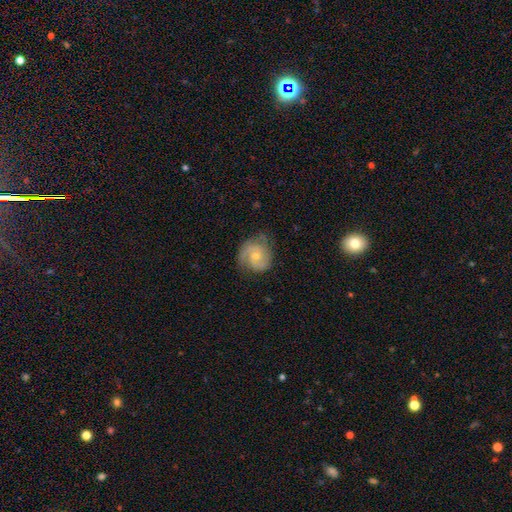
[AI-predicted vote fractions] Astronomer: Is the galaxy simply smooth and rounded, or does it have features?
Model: featured or disk — 75%.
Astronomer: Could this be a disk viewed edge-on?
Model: no — 98%.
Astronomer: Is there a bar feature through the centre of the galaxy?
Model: no — 66%.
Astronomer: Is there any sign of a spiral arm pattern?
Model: yes — 95%.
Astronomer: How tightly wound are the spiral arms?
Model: tight — 45% (runner-up: medium, 42%).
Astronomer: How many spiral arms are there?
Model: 2 — 71%.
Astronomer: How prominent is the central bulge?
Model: small — 53% (runner-up: moderate, 43%).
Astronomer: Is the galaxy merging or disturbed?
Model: none — 70%.